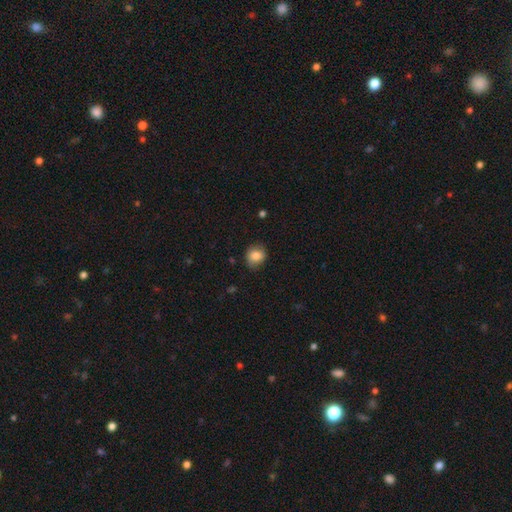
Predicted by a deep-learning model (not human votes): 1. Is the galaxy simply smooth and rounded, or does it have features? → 81% smooth, 10% featured or disk, 9% star or artifact.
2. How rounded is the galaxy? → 69% round, 30% in between, 1% cigar-shaped.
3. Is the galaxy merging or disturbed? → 76% none, 19% minor disturbance, 4% major disturbance, 1% merger.